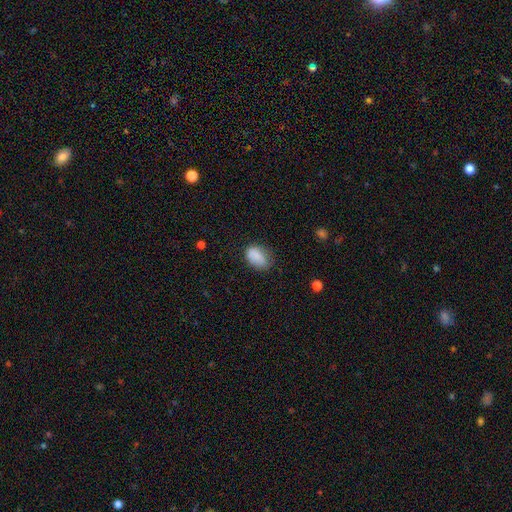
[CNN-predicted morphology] A smooth galaxy with no disk features (85%) that is in between round and cigar-shaped (88%).

Vote fractions:
- Smooth or featured? smooth: 85% / star or artifact: 9% / featured or disk: 6%
- How rounded? in between: 88% / round: 10% / cigar-shaped: 2%
- Merging? none: 61% / minor disturbance: 29% / major disturbance: 8% / merger: 2%